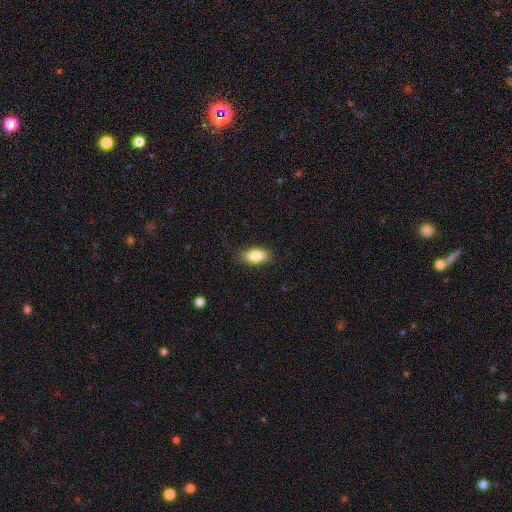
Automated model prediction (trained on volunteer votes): Smooth or featured: smooth — 85% (featured or disk — 8%)
How rounded: in between — 89% (cigar-shaped — 7%)
Merging: none — 86% (minor disturbance — 11%)